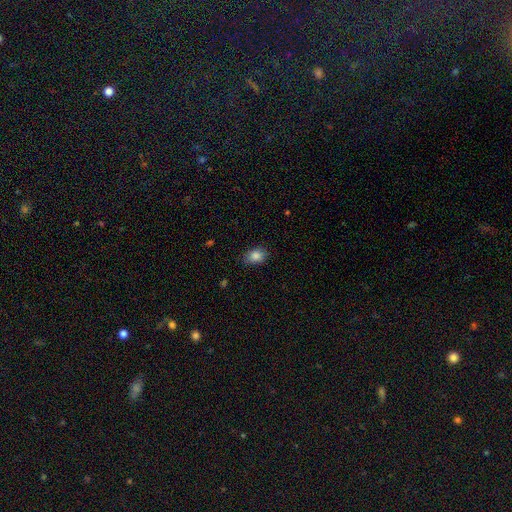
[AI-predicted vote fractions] smooth 86%, star or artifact 9%, featured or disk 5%. Down the decision tree: how rounded — in between (73%); merging — none (83%).